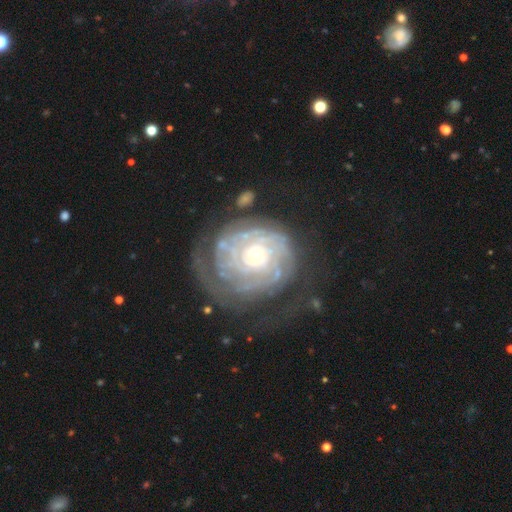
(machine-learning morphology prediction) A featured or disk galaxy (86%) with no bar (82%), tight (80%) spiral arms (93%) and a small central bulge (69%).

Vote fractions:
- Smooth or featured? featured or disk: 86% / smooth: 9% / star or artifact: 6%
- Edge-on disk? no: 97% / yes: 3%
- Bar? no: 82% / weak: 14% / strong: 4%
- Spiral arms? yes: 93% / no: 7%
- Spiral winding? tight: 80% / medium: 15% / loose: 5%
- Spiral arm count? can't tell: 42% / 2: 14% / 4: 13% / 3: 12% / more than 4: 12% / 1: 6%
- Bulge size? small: 69% / moderate: 26% / large: 3% / none: 1% / dominant: 1%
- Merging? none: 56% / major disturbance: 22% / minor disturbance: 20% / merger: 3%